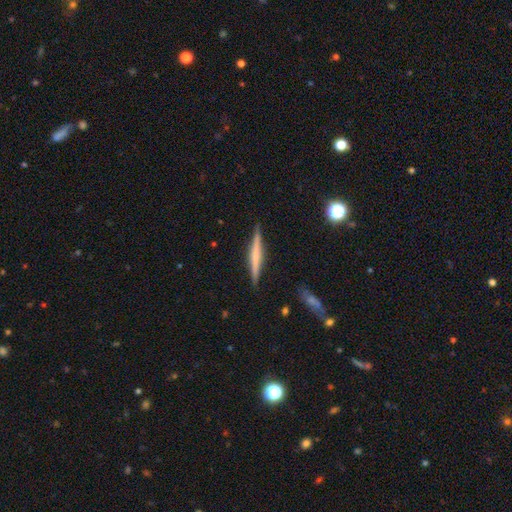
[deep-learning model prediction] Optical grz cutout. It shows a featured or disk galaxy (55%) viewed edge-on (97%) with no central bulge (49%). Merging: none (90%).